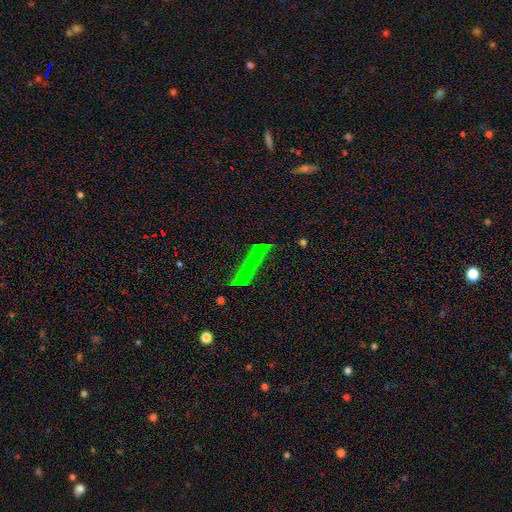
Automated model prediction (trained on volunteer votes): Smooth or featured?
  - star or artifact: 57% *
  - smooth: 27%
  - featured or disk: 16%